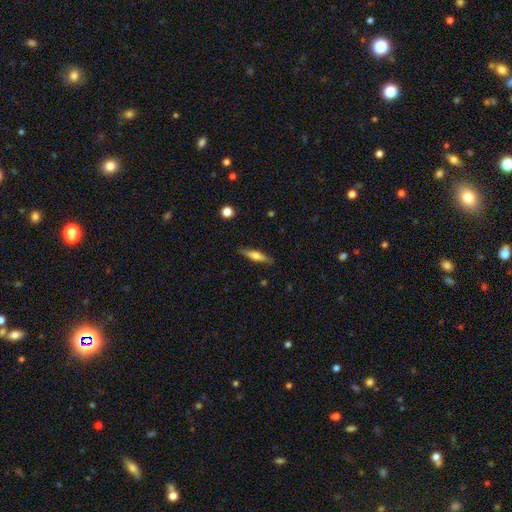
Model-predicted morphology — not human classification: Q: Smooth or featured?
A: smooth (48%); runner-up: featured or disk (46%)
Q: Merging?
A: none (86%); runner-up: minor disturbance (10%)